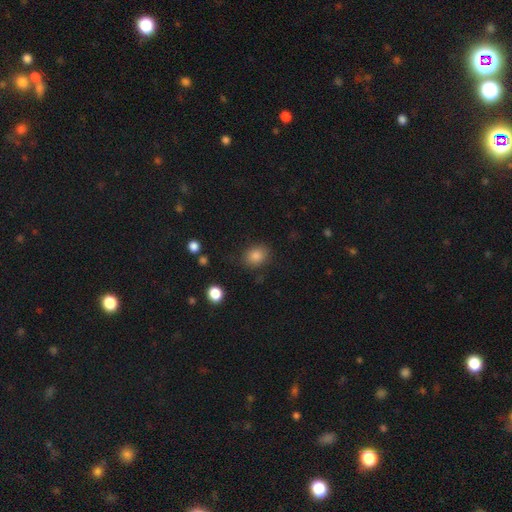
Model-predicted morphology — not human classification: Smooth or featured? Predicted: smooth (p=0.83). How rounded? Predicted: in between (p=0.53). Merging? Predicted: none (p=0.82).